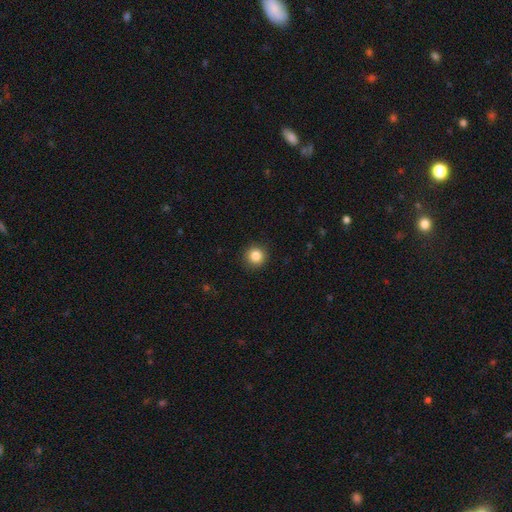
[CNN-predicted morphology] A smooth galaxy with no disk features (85%) that is round (95%). Merging: none (92%).